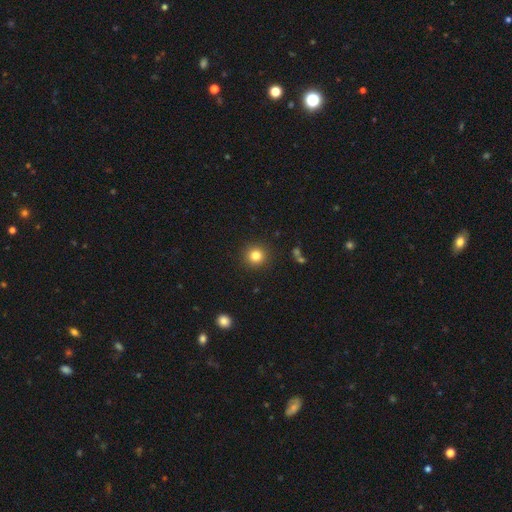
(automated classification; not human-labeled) Smooth or featured? smooth (82%)
How rounded? round (94%)
Merging? none (91%)